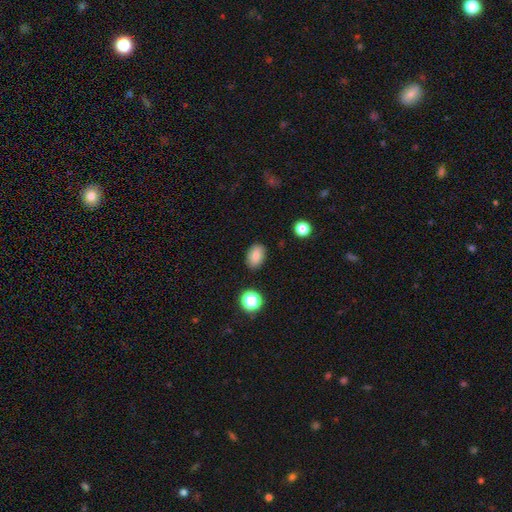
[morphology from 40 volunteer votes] Smooth or featured? 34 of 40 (85%) said smooth. How rounded? 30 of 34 (88%) said in between. Merging? 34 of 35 (97%) said none.